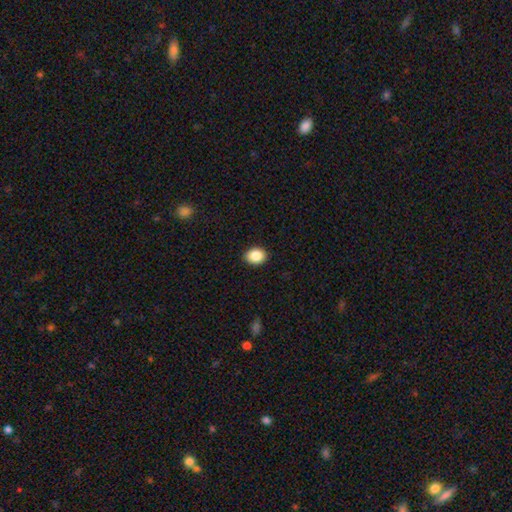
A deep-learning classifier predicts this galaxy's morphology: A smooth galaxy with no disk features (87%) that is in between round and cigar-shaped (61%). Merging: none (90%).